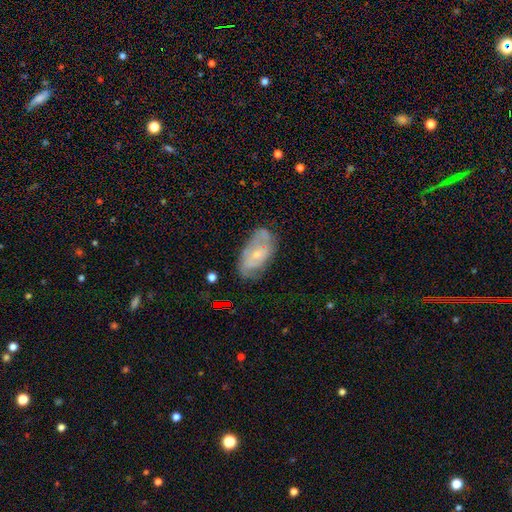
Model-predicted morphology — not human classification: This appears to be a featured or disk galaxy (62%) with no bar (69%), spiral arms (68%) and a small central bulge (68%). Merging: none (53%).